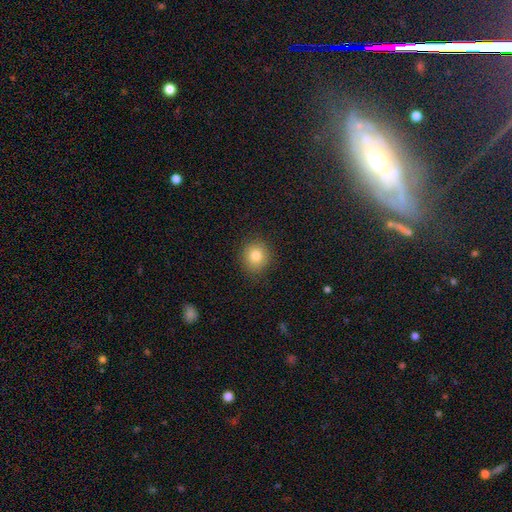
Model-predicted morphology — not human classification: Smooth or featured? smooth (81%)
How rounded? round (85%)
Merging? none (88%)